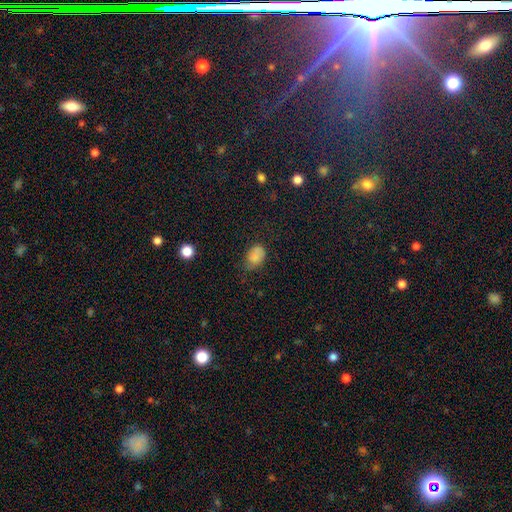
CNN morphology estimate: type=smooth (83%); roundness=in between (76%); merging=none (57%).